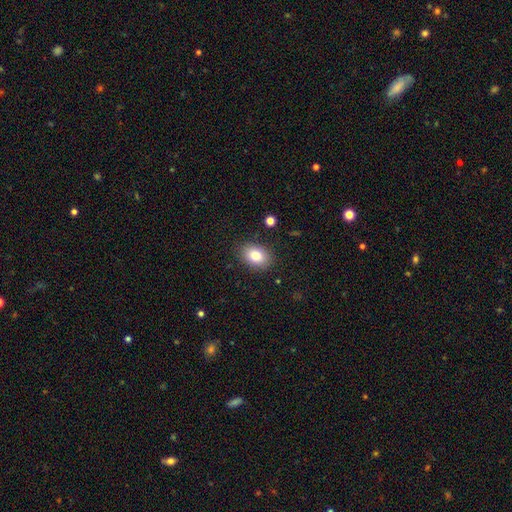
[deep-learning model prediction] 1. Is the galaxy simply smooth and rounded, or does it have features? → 82% smooth, 10% featured or disk, 9% star or artifact.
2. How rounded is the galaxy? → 78% in between, 21% round, 1% cigar-shaped.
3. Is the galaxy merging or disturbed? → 86% none, 10% minor disturbance, 3% major disturbance, 1% merger.